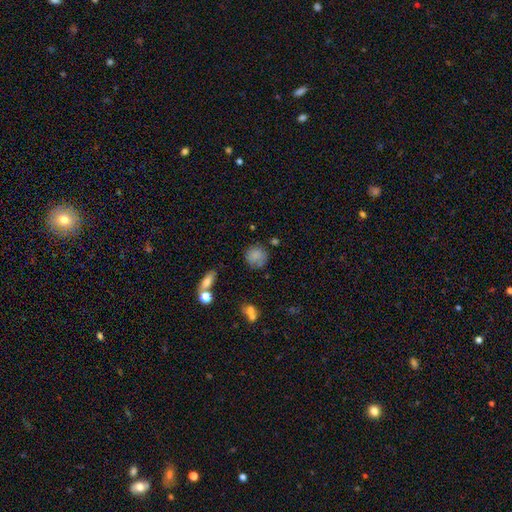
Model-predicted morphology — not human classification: Smooth or featured?
  - smooth: 79% *
  - featured or disk: 11%
  - star or artifact: 10%
How rounded?
  - round: 84% *
  - in between: 15%
  - cigar-shaped: 1%
Merging?
  - none: 68% *
  - minor disturbance: 21%
  - major disturbance: 7%
  - merger: 5%